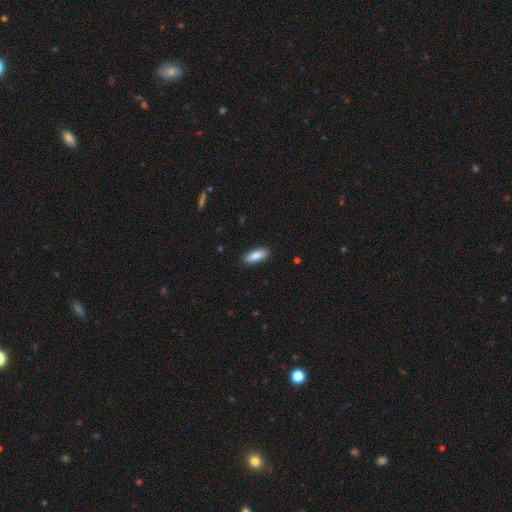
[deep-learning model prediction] smooth 88%, featured or disk 6%, star or artifact 6%. Down the decision tree: how rounded — in between (77%); merging — none (88%).